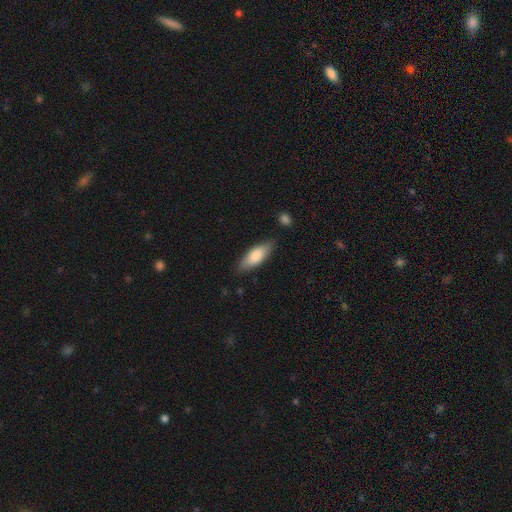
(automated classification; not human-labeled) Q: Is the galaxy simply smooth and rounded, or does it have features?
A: smooth — 81%.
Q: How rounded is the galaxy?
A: in between — 68%.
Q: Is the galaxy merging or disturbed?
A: none — 81%.